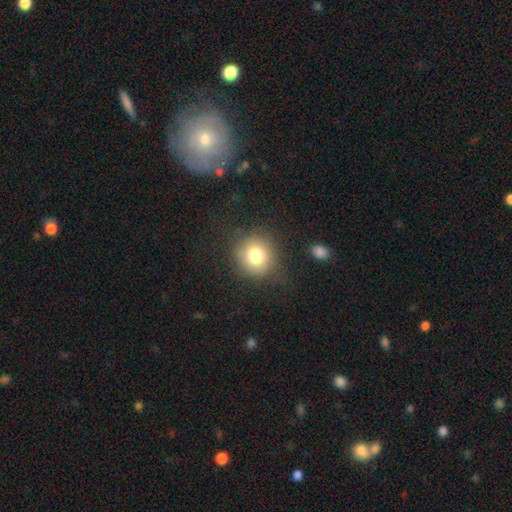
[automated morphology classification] smooth-or-featured: smooth: 79% | star or artifact: 11% | featured or disk: 10%
  how-rounded: round: 87% | in between: 12% | cigar-shaped: 1%
  merging: none: 79% | minor disturbance: 14% | major disturbance: 6% | merger: 2%